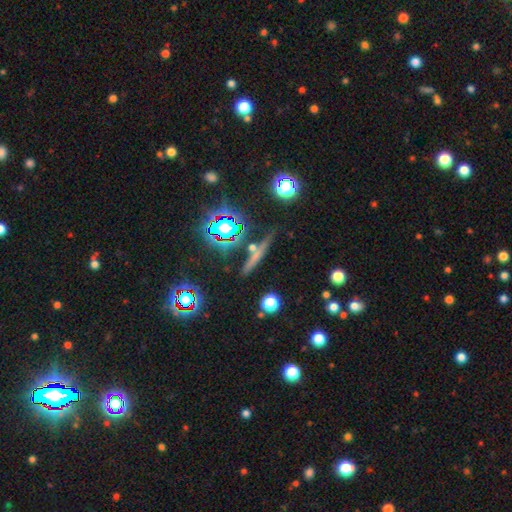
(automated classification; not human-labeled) smooth-or-featured: smooth: 38% (tied) | featured or disk: 38% (tied) | star or artifact: 24%
  merging: none: 80% | minor disturbance: 11% | merger: 6% | major disturbance: 3%